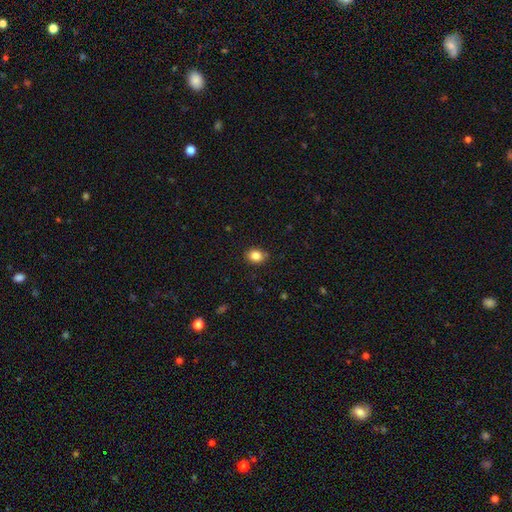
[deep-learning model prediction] This appears to be a smooth galaxy with no disk features (85%) that is round (51%). Merging: none (86%).